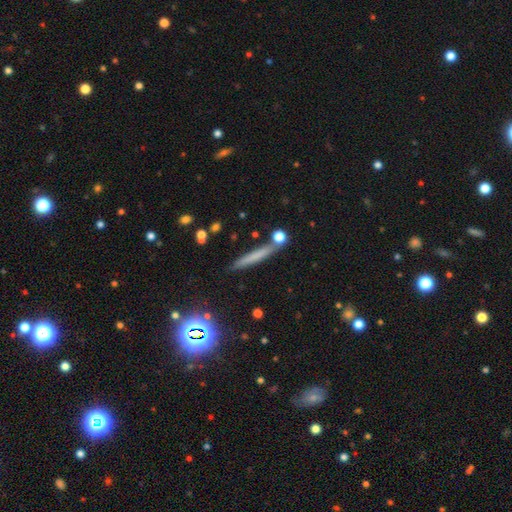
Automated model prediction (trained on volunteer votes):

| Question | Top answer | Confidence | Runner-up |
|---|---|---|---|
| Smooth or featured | smooth | 58% | featured or disk (28%) |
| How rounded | cigar-shaped | 93% | in between (4%) |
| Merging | none | 81% | minor disturbance (10%) |